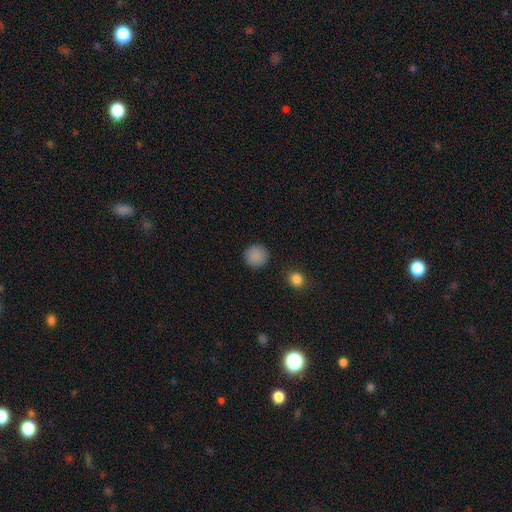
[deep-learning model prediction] Morphology: type=smooth (87%); roundness=round (94%); merging=none (89%).